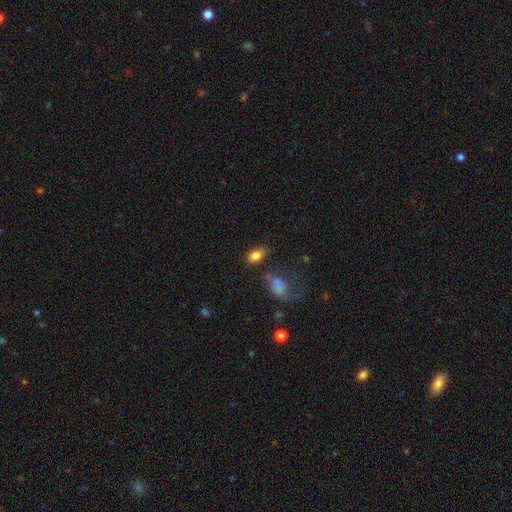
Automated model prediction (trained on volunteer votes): Smooth or featured?
  - smooth: 81% *
  - star or artifact: 9%
  - featured or disk: 9%
How rounded?
  - in between: 86% *
  - round: 11%
  - cigar-shaped: 3%
Merging?
  - none: 68% *
  - minor disturbance: 18%
  - merger: 7%
  - major disturbance: 7%